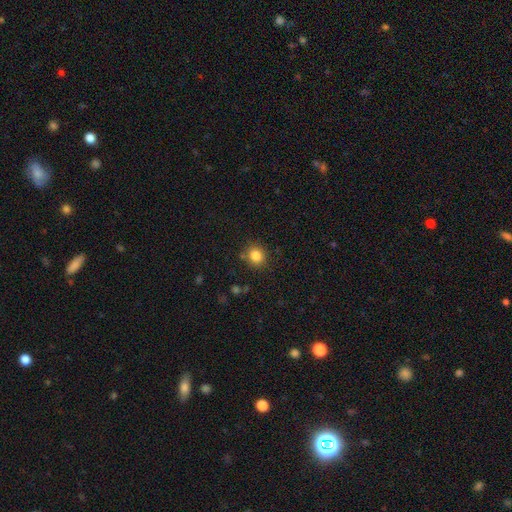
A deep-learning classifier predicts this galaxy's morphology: smooth_or_featured: smooth (p=0.83) [alt: star or artifact p=0.11]
how_rounded: round (p=0.85) [alt: in between p=0.14]
merging: none (p=0.84) [alt: minor disturbance p=0.10]